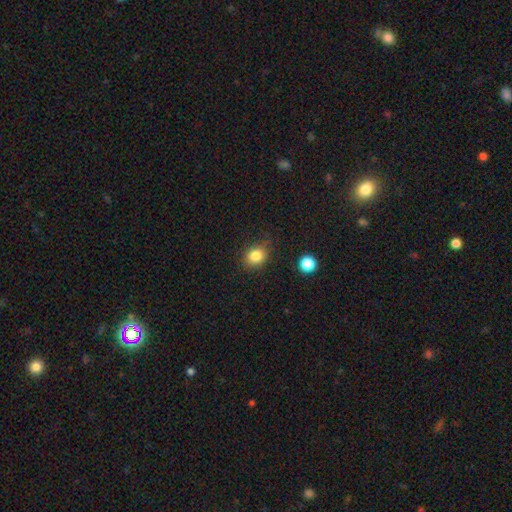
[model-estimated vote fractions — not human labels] smooth 83%, star or artifact 11%, featured or disk 6%. Down the decision tree: how rounded — round (56%); merging — none (79%).